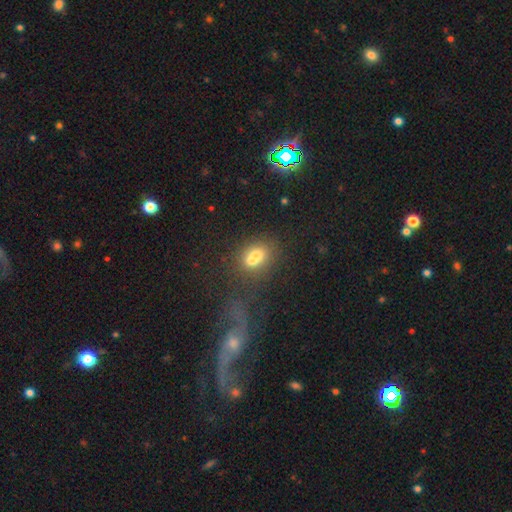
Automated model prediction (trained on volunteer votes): Smooth or featured?
  - smooth: 63% *
  - featured or disk: 23%
  - star or artifact: 14%
How rounded?
  - in between: 63% *
  - round: 35%
  - cigar-shaped: 2%
Merging?
  - merger: 56% *
  - none: 27%
  - minor disturbance: 10%
  - major disturbance: 7%